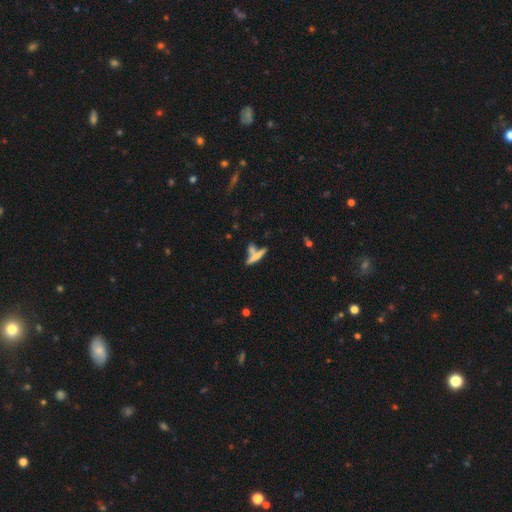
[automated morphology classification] Q: Smooth or featured?
A: smooth (53%); runner-up: featured or disk (37%)
Q: How rounded?
A: cigar-shaped (82%); runner-up: in between (14%)
Q: Merging?
A: none (55%); runner-up: merger (31%)